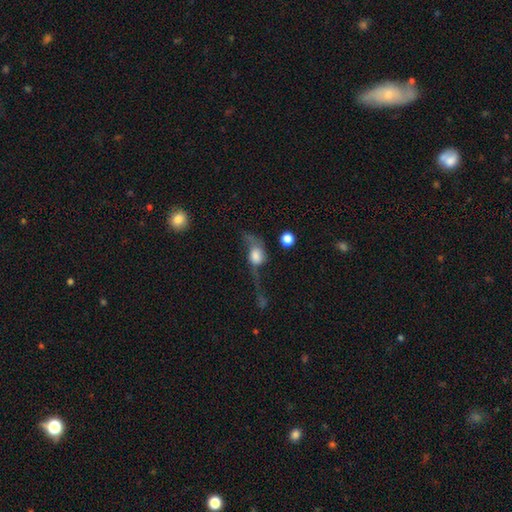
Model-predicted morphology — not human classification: Q: Smooth or featured?
A: smooth (50%); runner-up: featured or disk (39%)
Q: How rounded?
A: in between (56%); runner-up: round (39%)
Q: Merging?
A: major disturbance (52%); runner-up: none (21%)